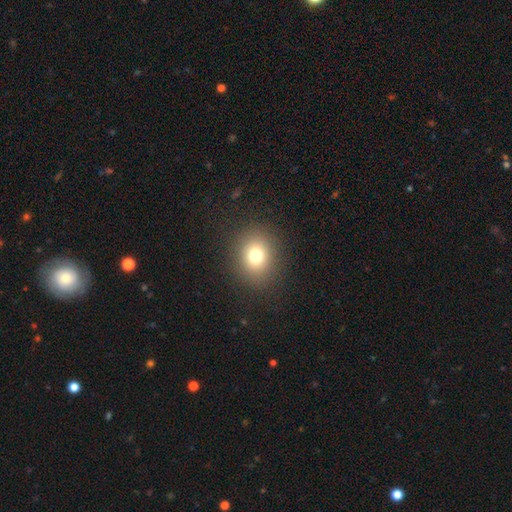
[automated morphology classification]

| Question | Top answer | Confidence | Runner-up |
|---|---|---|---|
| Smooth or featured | smooth | 76% | star or artifact (15%) |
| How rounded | round | 68% | in between (31%) |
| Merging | none | 88% | minor disturbance (7%) |